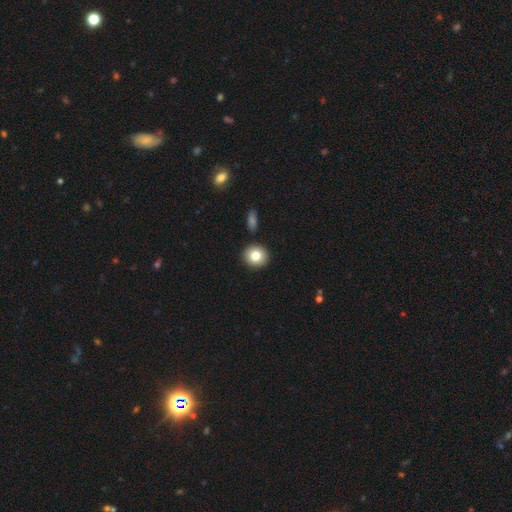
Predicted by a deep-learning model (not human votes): Overall: smooth (80%). How rounded: round (87%). Merging: none (89%).